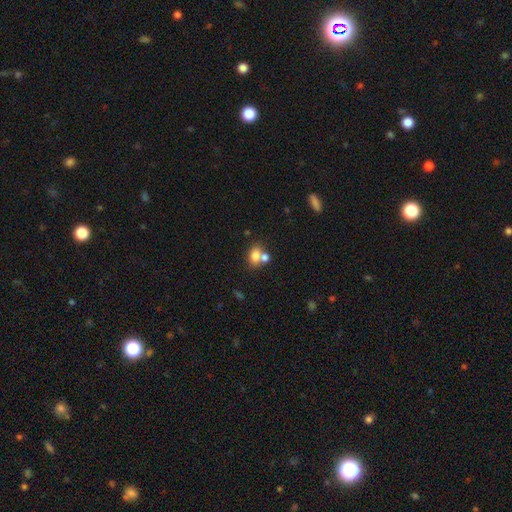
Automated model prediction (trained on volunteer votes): A smooth galaxy with no disk features (77%) that is in between round and cigar-shaped (64%).

Vote fractions:
- Smooth or featured? smooth: 77% / featured or disk: 12% / star or artifact: 11%
- How rounded? in between: 64% / round: 34% / cigar-shaped: 1%
- Merging? merger: 44% / none: 42% / minor disturbance: 10% / major disturbance: 4%